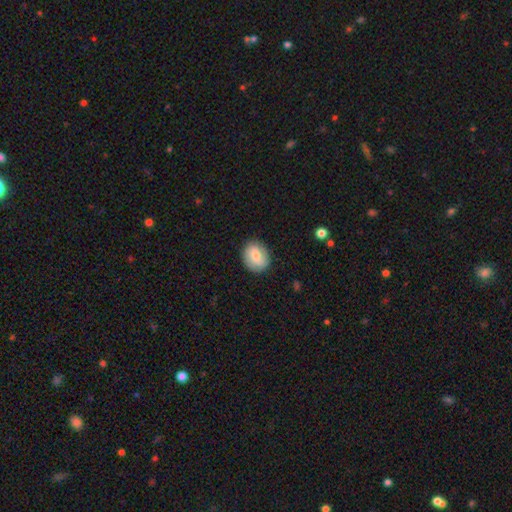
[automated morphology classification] Smooth or featured: smooth — 64% (featured or disk — 29%)
How rounded: round — 60% (in between — 39%)
Merging: none — 85% (minor disturbance — 11%)